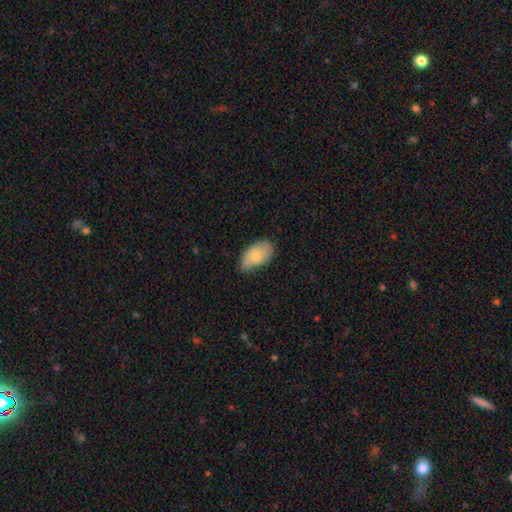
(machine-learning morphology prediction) Smooth or featured: smooth — 74% (featured or disk — 20%)
How rounded: in between — 94% (round — 4%)
Merging: none — 59% (minor disturbance — 34%)